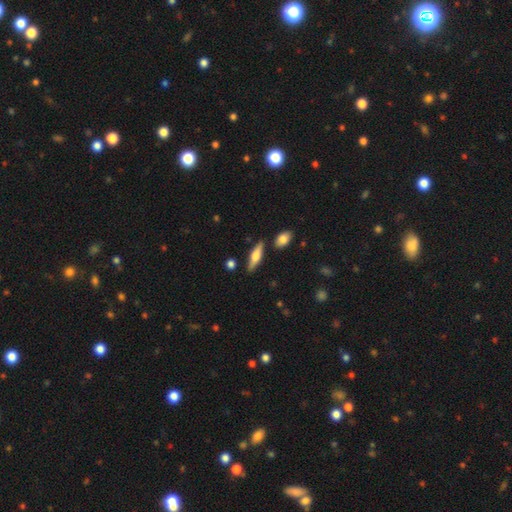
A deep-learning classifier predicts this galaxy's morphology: smooth 47%, featured or disk 46%, star or artifact 7%. Down the decision tree: merging — none (84%).